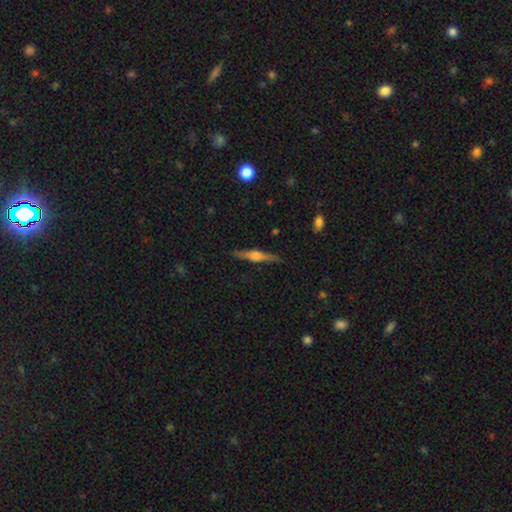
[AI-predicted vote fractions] This is likely a featured or disk galaxy (71%). It is clearly viewed edge-on (98%). Edge-on bulge: clearly rounded (86%). Merging: clearly none (89%).